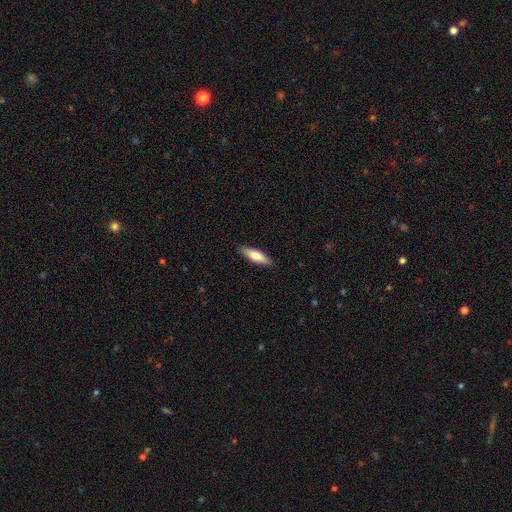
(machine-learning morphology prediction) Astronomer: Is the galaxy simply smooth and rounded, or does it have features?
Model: smooth — 69%.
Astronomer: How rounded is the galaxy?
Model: cigar-shaped — 56% (runner-up: in between, 42%).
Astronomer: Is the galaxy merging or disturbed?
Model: none — 89%.